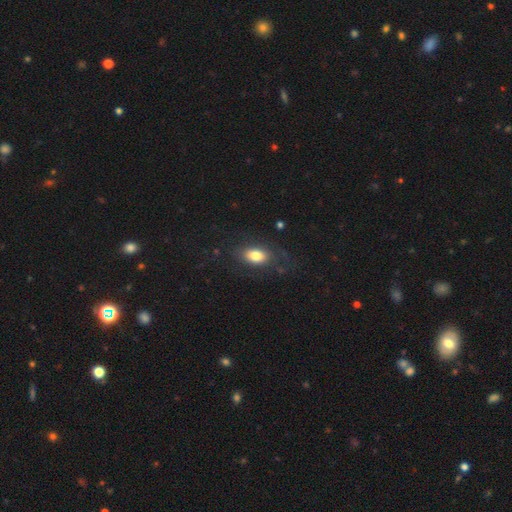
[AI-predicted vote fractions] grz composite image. It shows a smooth galaxy with no disk features (75%) that is in between round and cigar-shaped (88%). Merging: none (68%).